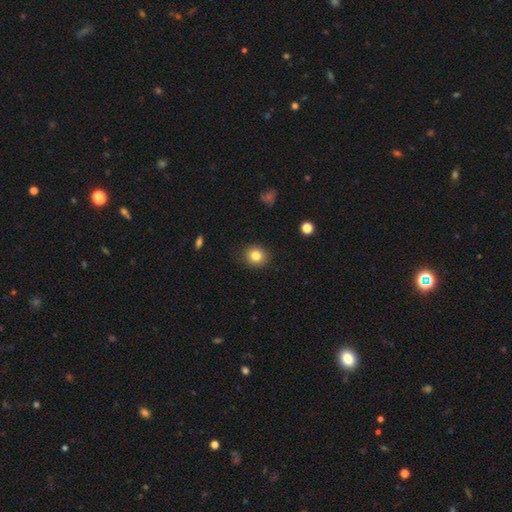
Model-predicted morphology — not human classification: This appears to be a smooth galaxy with no disk features (83%) that is round (81%). Merging: none (87%).